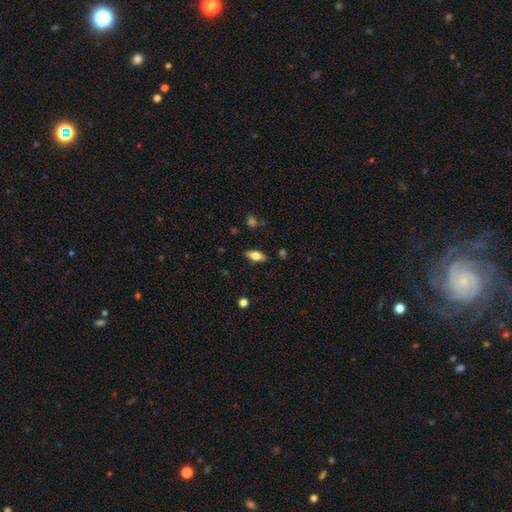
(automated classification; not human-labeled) Morphology: type=smooth (69%); roundness=in between (80%); merging=none (85%).